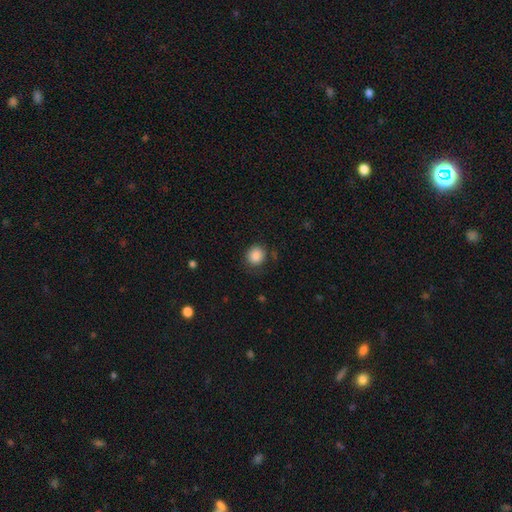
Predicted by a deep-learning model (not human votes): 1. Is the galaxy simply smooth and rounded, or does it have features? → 87% smooth, 9% star or artifact, 4% featured or disk.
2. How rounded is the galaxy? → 83% round, 16% in between, 1% cigar-shaped.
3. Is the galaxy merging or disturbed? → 81% none, 13% minor disturbance, 4% major disturbance, 2% merger.